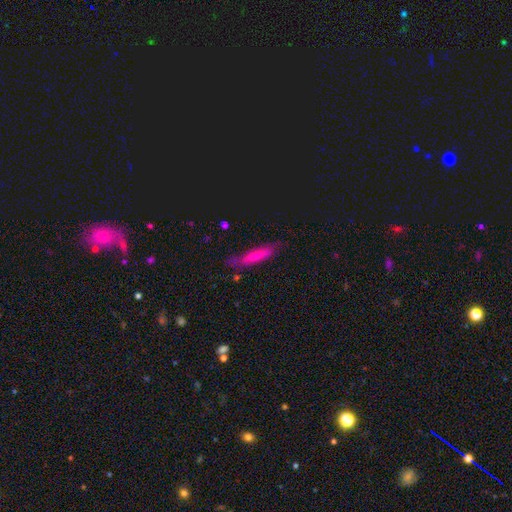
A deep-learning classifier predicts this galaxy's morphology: Overall: smooth (63%; featured or disk 28%). How rounded: cigar-shaped (78%). Merging: none (71%).